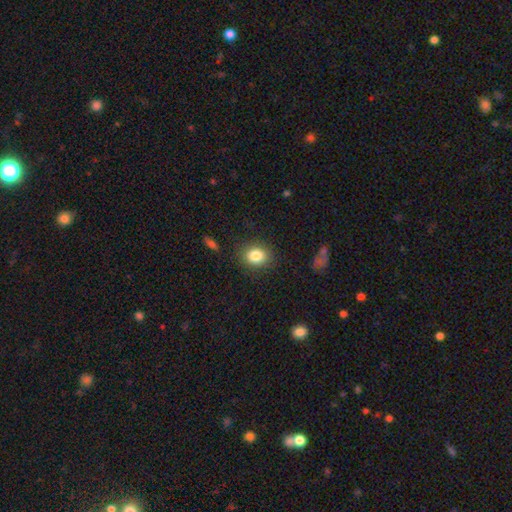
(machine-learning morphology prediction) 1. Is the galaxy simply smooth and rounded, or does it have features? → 84% smooth, 10% star or artifact, 7% featured or disk.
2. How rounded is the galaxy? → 58% round, 41% in between, 1% cigar-shaped.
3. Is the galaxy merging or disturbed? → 86% none, 10% minor disturbance, 3% major disturbance, 1% merger.